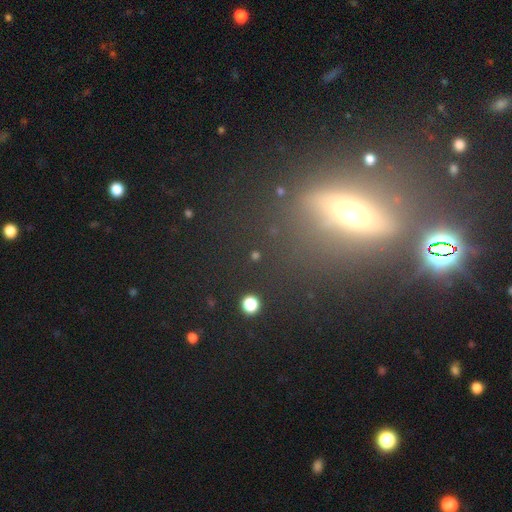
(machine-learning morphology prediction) Smooth or featured: smooth — 36% (featured or disk — 33%)
Merging: none — 72% (minor disturbance — 13%)